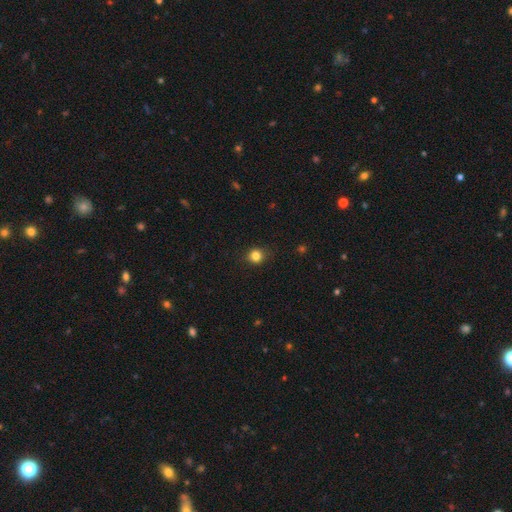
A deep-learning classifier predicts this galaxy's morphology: The model was most divided on "smooth or featured": smooth: 83%, star or artifact: 13%, featured or disk: 5%. More confident: merging — none (86%); how rounded — round (86%).